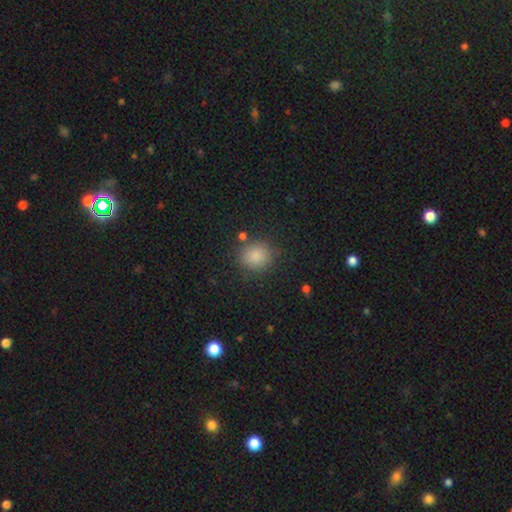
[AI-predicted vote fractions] Smooth or featured: smooth — 85% (star or artifact — 10%)
How rounded: round — 81% (in between — 18%)
Merging: none — 83% (minor disturbance — 10%)